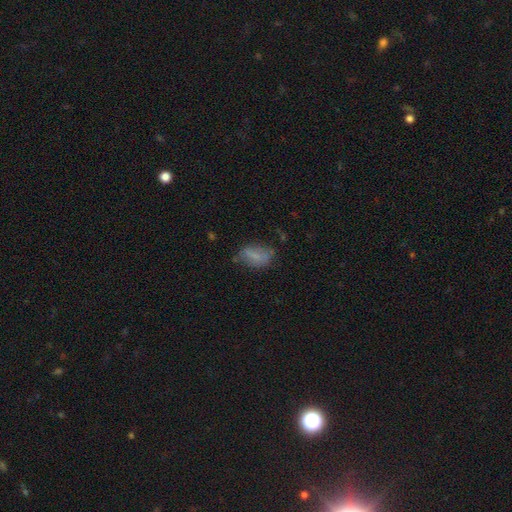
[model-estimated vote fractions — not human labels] This appears to be a smooth galaxy with no disk features (62%) that is in between round and cigar-shaped (86%). Merging: none (48%).